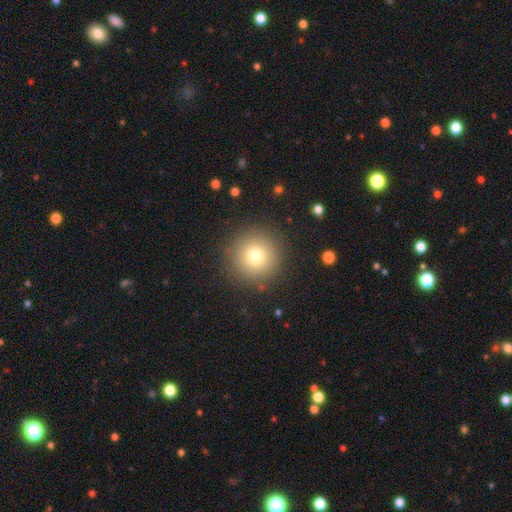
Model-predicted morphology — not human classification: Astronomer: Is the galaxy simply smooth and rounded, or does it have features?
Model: smooth — 76%.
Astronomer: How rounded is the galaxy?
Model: round — 96%.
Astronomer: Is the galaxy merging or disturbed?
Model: none — 90%.